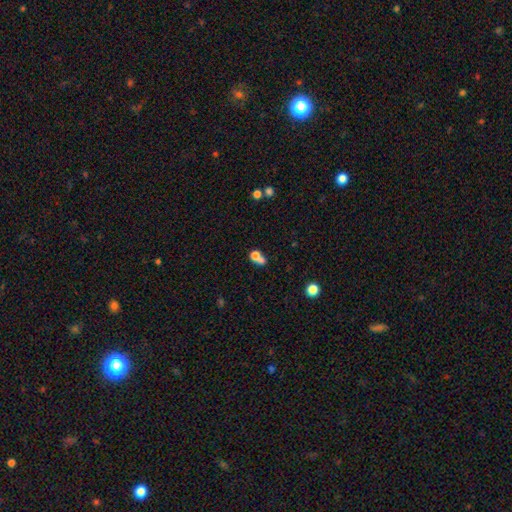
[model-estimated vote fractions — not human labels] Overall: smooth (72%). How rounded: round (59%; in between 39%). Merging: merger (60%; none 27%).